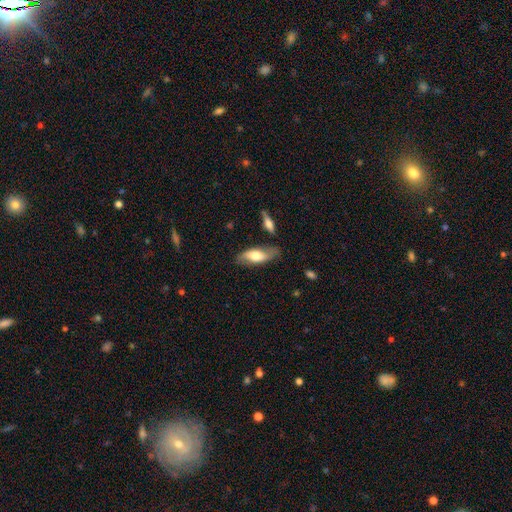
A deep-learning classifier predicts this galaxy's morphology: Q: Smooth or featured?
A: smooth (53%); runner-up: featured or disk (40%)
Q: How rounded?
A: in between (75%); runner-up: cigar-shaped (22%)
Q: Merging?
A: none (70%); runner-up: minor disturbance (20%)